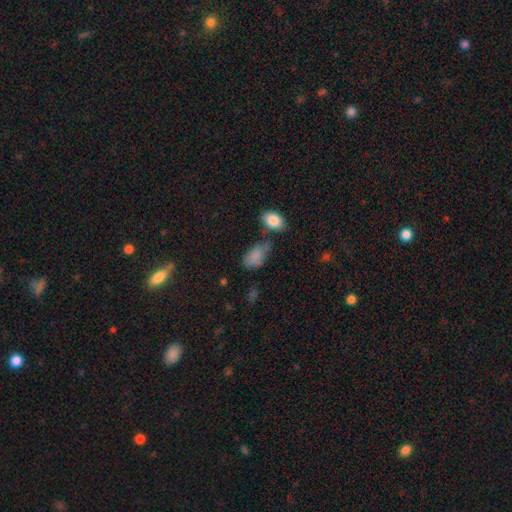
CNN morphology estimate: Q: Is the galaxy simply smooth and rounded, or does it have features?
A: smooth — 82%.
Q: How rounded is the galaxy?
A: in between — 91%.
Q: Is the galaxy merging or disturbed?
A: none — 48%.